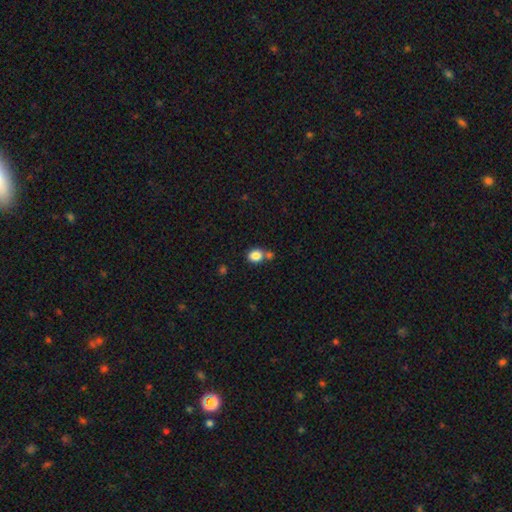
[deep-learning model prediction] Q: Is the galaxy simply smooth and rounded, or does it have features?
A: smooth — 85%.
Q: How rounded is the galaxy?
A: round — 56%.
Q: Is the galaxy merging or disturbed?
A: none — 57%.